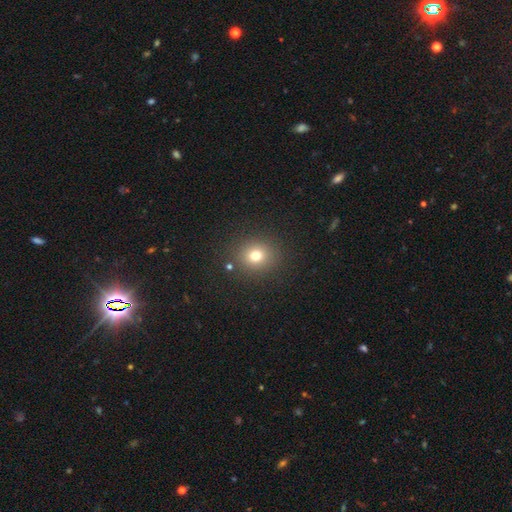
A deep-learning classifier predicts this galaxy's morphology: Smooth or featured? smooth (75%)
How rounded? round (83%)
Merging? none (87%)